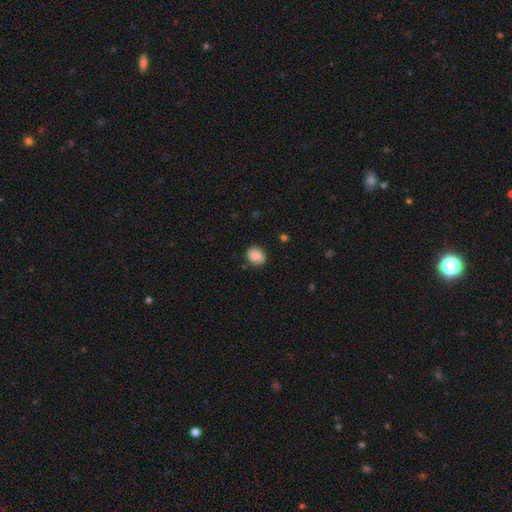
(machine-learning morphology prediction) A smooth galaxy with no disk features (86%) that is round (53%).

Vote fractions:
- Smooth or featured? smooth: 86% / star or artifact: 8% / featured or disk: 6%
- How rounded? round: 53% / in between: 46% / cigar-shaped: 1%
- Merging? none: 80% / minor disturbance: 15% / major disturbance: 3% / merger: 2%